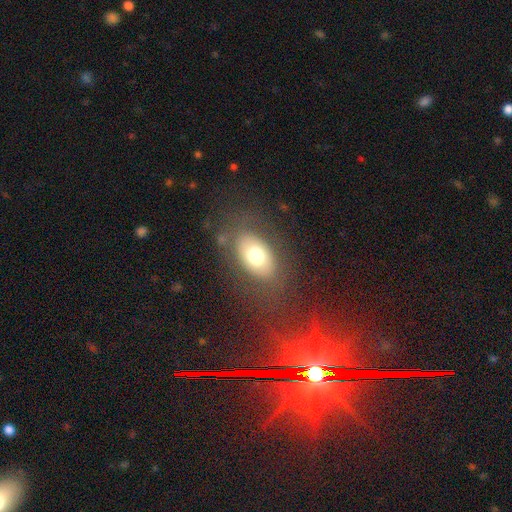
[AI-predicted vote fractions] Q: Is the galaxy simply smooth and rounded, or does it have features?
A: smooth — 68%.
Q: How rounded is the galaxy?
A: in between — 86%.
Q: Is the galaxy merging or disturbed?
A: none — 76%.